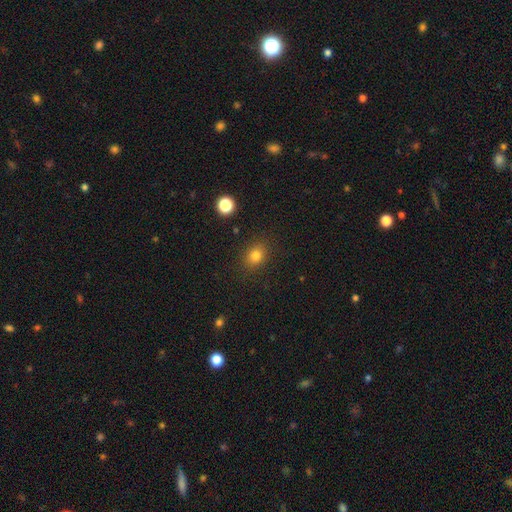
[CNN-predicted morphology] Q: Smooth or featured?
A: smooth (80%); runner-up: star or artifact (13%)
Q: How rounded?
A: round (56%); runner-up: in between (43%)
Q: Merging?
A: none (87%); runner-up: minor disturbance (9%)